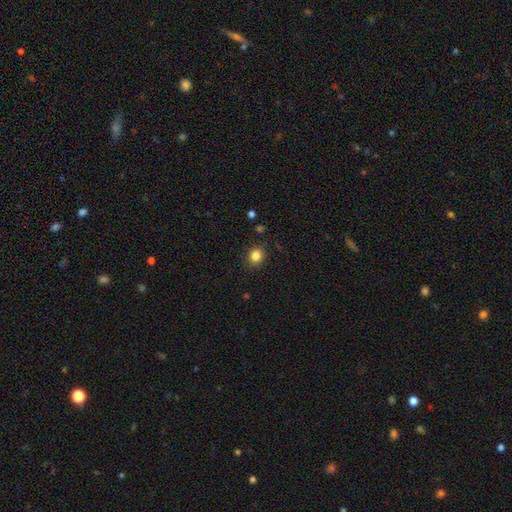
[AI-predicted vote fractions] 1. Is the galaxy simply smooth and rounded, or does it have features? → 84% smooth, 11% star or artifact, 5% featured or disk.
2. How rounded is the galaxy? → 70% round, 29% in between, 1% cigar-shaped.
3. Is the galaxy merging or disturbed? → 88% none, 8% minor disturbance, 2% major disturbance, 1% merger.